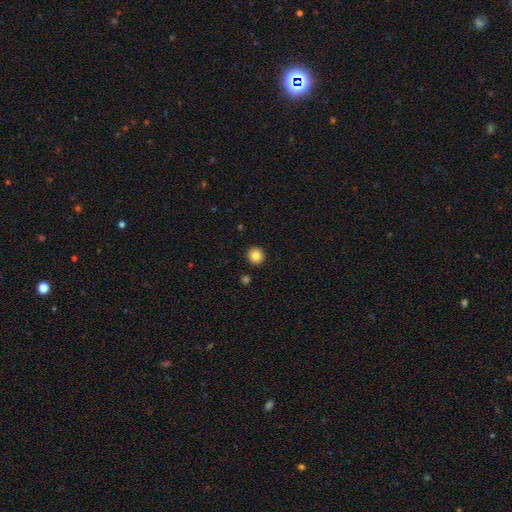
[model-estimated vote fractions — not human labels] Overall: smooth (84%). How rounded: round (95%). Merging: none (93%).